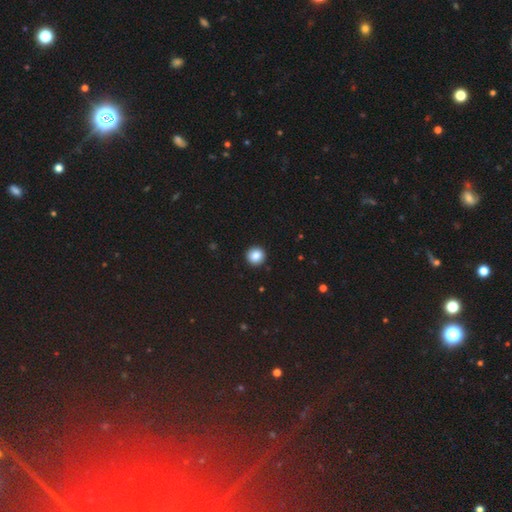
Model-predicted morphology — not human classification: smooth_or_featured: smooth (p=0.86) [alt: star or artifact p=0.09]
how_rounded: round (p=0.95) [alt: in between p=0.04]
merging: none (p=0.93) [alt: minor disturbance p=0.04]